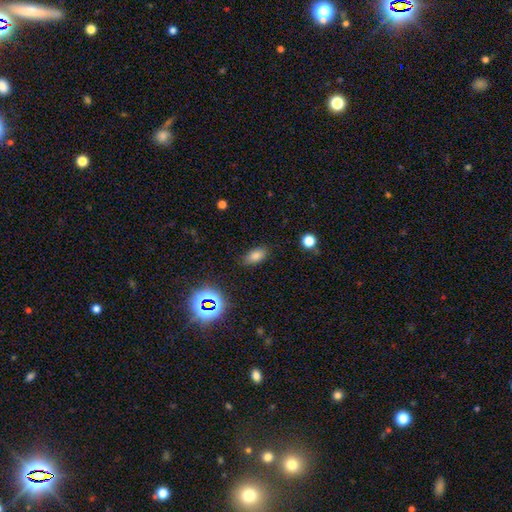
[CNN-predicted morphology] A smooth galaxy with no disk features (76%) that is in between round and cigar-shaped (87%).

Vote fractions:
- Smooth or featured? smooth: 76% / star or artifact: 17% / featured or disk: 7%
- How rounded? in between: 87% / round: 7% / cigar-shaped: 5%
- Merging? none: 83% / minor disturbance: 11% / major disturbance: 3% / merger: 2%